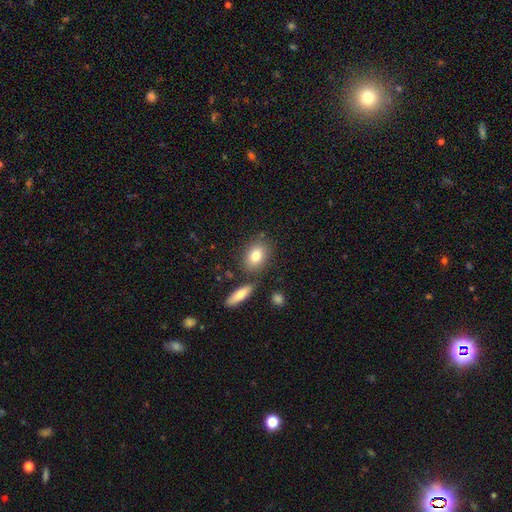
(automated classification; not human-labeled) Overall: smooth (79%). How rounded: in between (74%). Merging: none (73%).